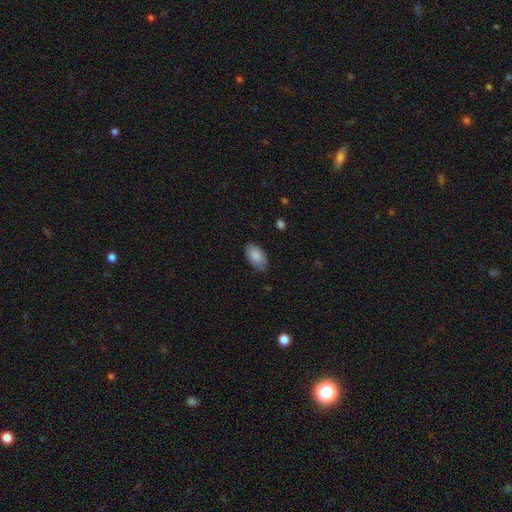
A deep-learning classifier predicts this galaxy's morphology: type=smooth (87%); roundness=in between (94%); merging=none (80%).